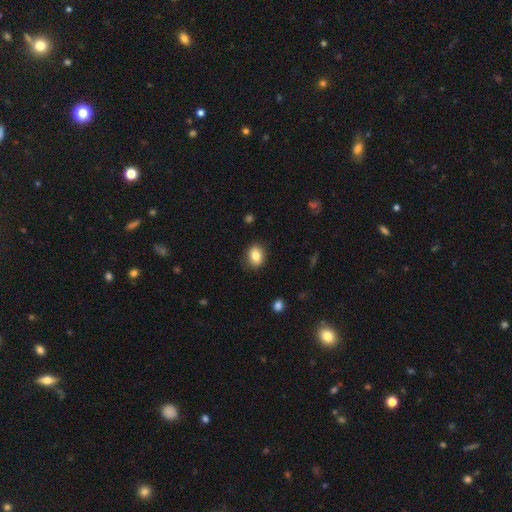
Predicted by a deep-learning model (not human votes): Q: Smooth or featured?
A: smooth (84%); runner-up: star or artifact (9%)
Q: How rounded?
A: in between (55%); runner-up: round (44%)
Q: Merging?
A: none (86%); runner-up: minor disturbance (10%)